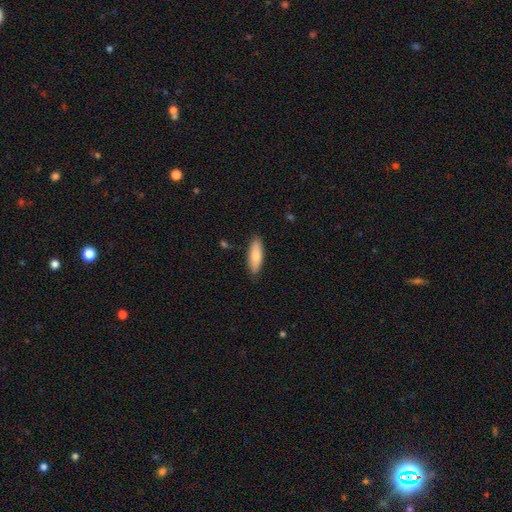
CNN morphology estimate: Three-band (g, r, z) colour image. It shows a smooth galaxy with no disk features (76%) that is in between round and cigar-shaped (55%). Merging: none (87%).